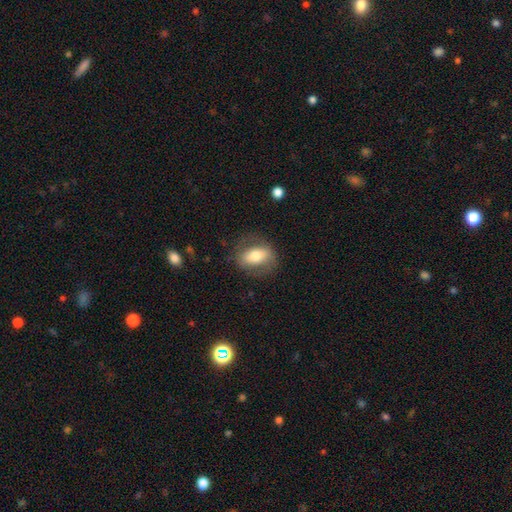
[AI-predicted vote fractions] The model was most divided on "smooth or featured": smooth: 61%, featured or disk: 32%, star or artifact: 7%. More confident: how rounded — in between (80%); merging — none (74%).